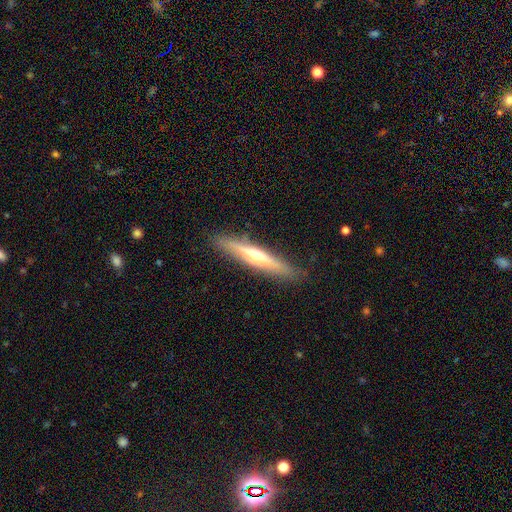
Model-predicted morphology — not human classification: featured or disk 59%, smooth 35%, star or artifact 6%. Down the decision tree: edge-on disk — yes (94%); edge-on bulge — rounded (80%); merging — none (88%).